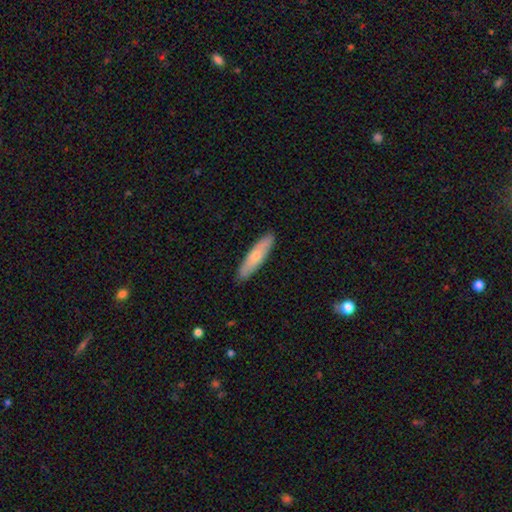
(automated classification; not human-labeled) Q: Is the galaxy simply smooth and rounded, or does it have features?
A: smooth — 61%.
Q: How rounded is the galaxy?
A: cigar-shaped — 79%.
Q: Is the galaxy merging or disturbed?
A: none — 90%.